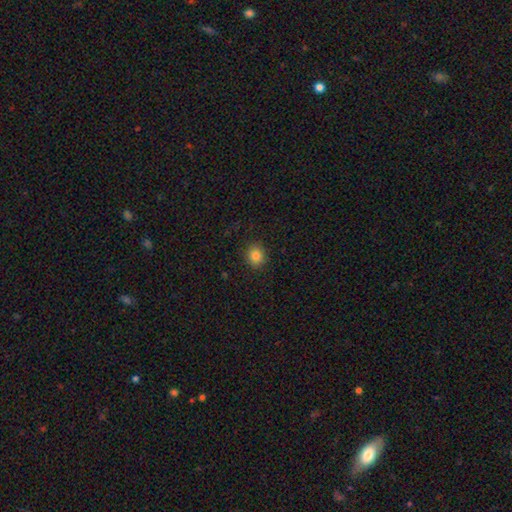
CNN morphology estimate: smooth_or_featured: smooth (p=0.83) [alt: star or artifact p=0.11]
how_rounded: round (p=0.78) [alt: in between p=0.21]
merging: none (p=0.90) [alt: minor disturbance p=0.07]